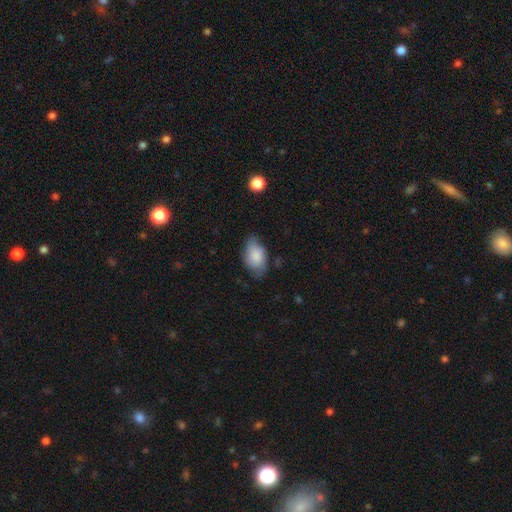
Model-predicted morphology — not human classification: Smooth or featured: smooth — 79% (featured or disk — 15%)
How rounded: in between — 91% (round — 8%)
Merging: none — 58% (minor disturbance — 33%)